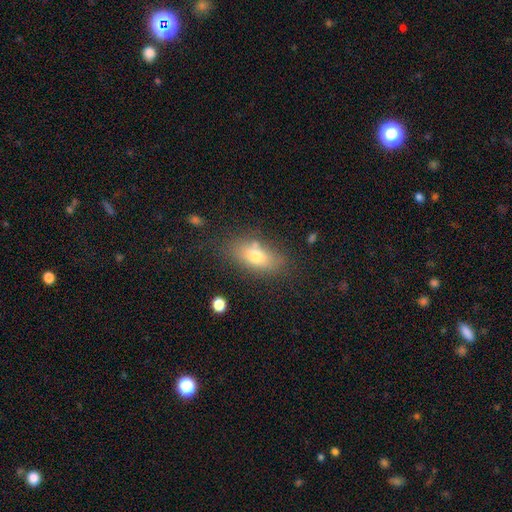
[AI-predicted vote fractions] smooth 72%, featured or disk 18%, star or artifact 10%. Down the decision tree: how rounded — in between (84%); merging — none (73%).